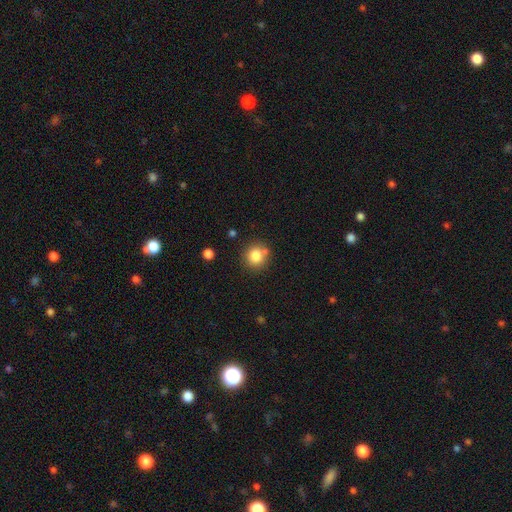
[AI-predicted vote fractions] smooth 82%, star or artifact 11%, featured or disk 7%. Down the decision tree: how rounded — round (89%); merging — none (75%).